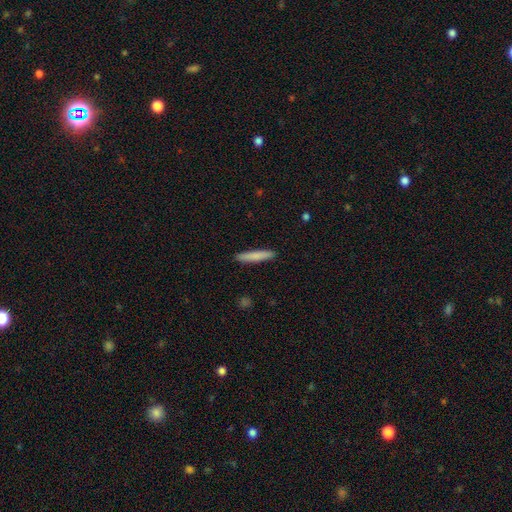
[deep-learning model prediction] smooth 81%, featured or disk 13%, star or artifact 6%. Down the decision tree: how rounded — cigar-shaped (92%); merging — none (91%).